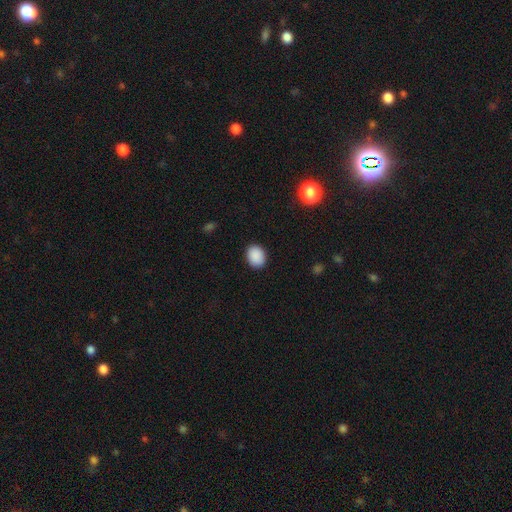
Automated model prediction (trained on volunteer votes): Smooth or featured? Predicted: smooth (p=0.90). How rounded? Predicted: in between (p=0.58). Merging? Predicted: none (p=0.89).